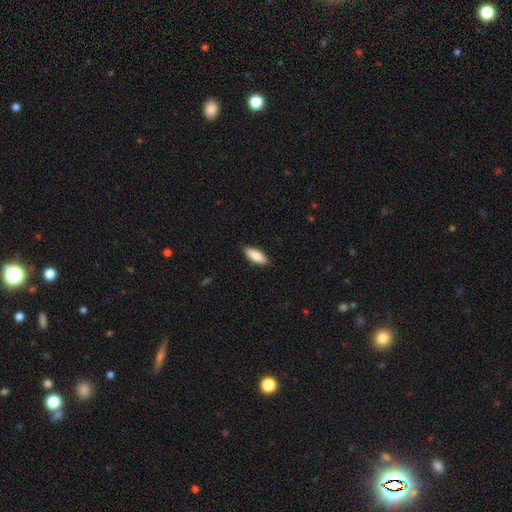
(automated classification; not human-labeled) smooth 85%, featured or disk 9%, star or artifact 5%. Down the decision tree: how rounded — in between (74%); merging — none (87%).